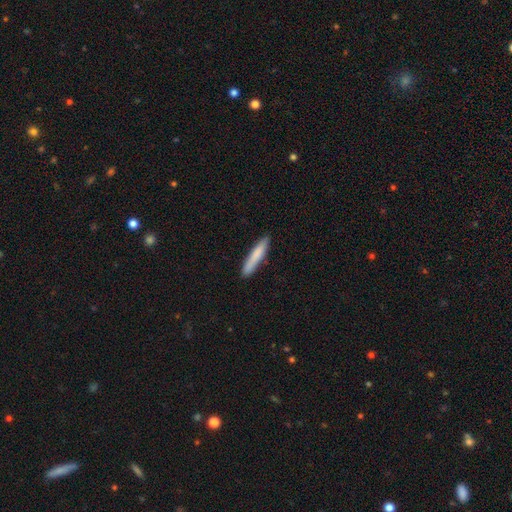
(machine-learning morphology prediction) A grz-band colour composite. It shows a smooth galaxy with no disk features (79%) that is cigar-shaped (92%). Merging: none (85%).